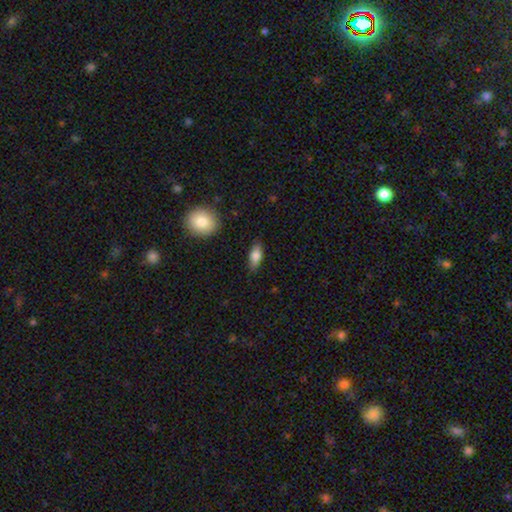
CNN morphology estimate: smooth 79%, featured or disk 14%, star or artifact 7%. Down the decision tree: how rounded — in between (81%); merging — none (85%).